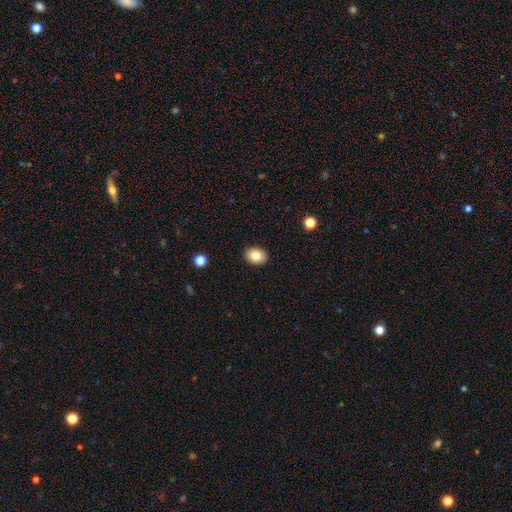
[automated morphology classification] Smooth or featured? Predicted: smooth (p=0.83). How rounded? Predicted: in between (p=0.55). Merging? Predicted: none (p=0.91).